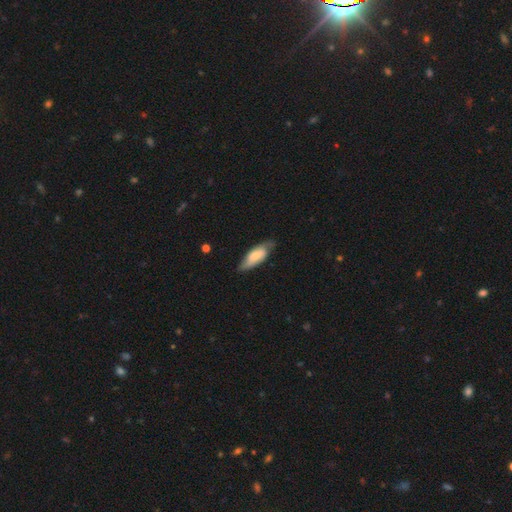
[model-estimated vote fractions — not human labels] smooth 59%, featured or disk 34%, star or artifact 6%. Down the decision tree: how rounded — in between (72%); merging — none (64%).